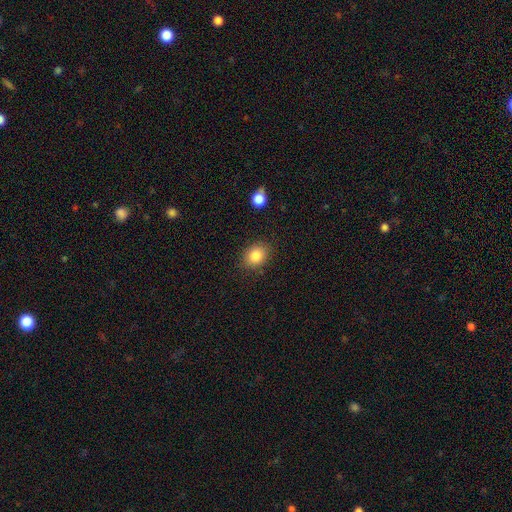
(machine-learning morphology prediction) Overall: smooth (84%). How rounded: in between (55%; round 44%). Merging: none (84%).